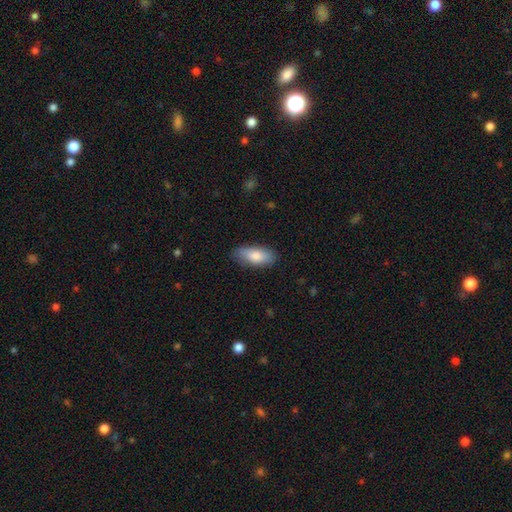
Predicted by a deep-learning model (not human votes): This is likely a smooth galaxy (80%). How rounded: likely in between (80%). Merging: clearly none (83%).